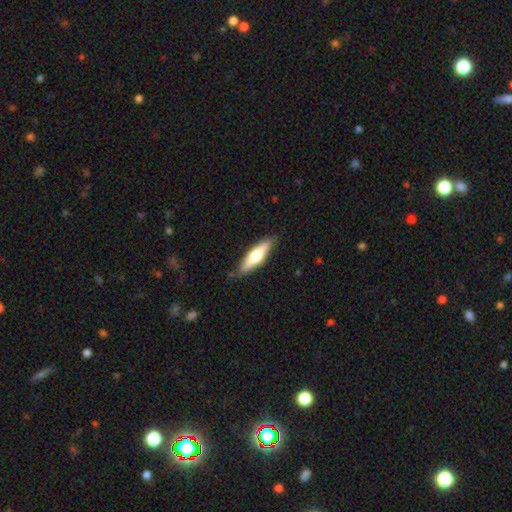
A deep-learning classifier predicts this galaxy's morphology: This is possibly a smooth galaxy (55%). How rounded: likely cigar-shaped (65%). Merging: clearly none (85%).